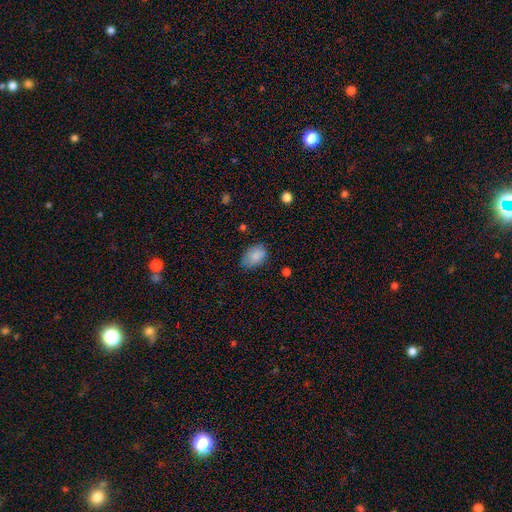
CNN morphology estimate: This appears to be a smooth galaxy with no disk features (85%) that is in between round and cigar-shaped (84%). Merging: none (70%).